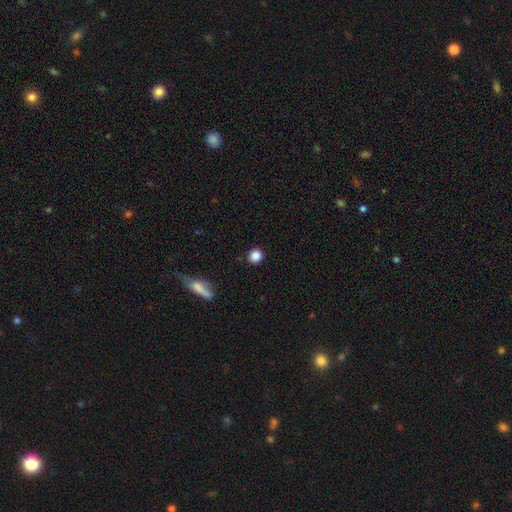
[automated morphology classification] A smooth galaxy with no disk features (85%) that is round (90%). Merging: none (90%).